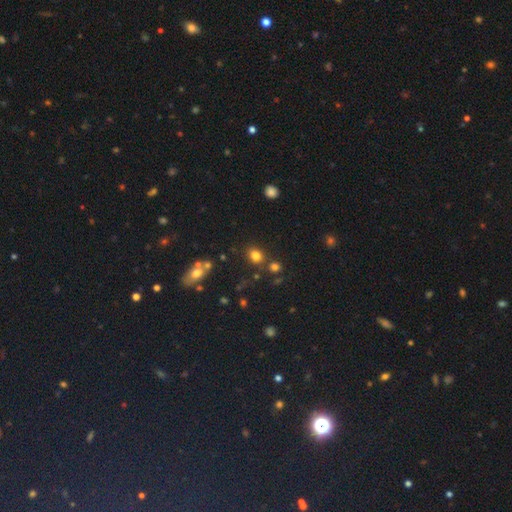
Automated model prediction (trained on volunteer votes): Smooth or featured? smooth (79%)
How rounded? round (54%)
Merging? none (74%)